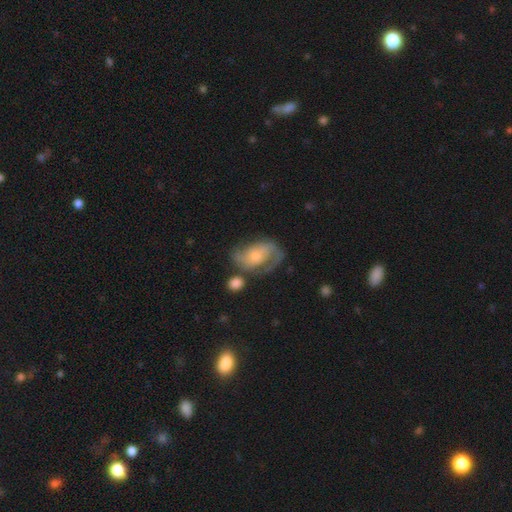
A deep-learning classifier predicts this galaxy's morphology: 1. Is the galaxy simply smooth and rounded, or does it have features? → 75% featured or disk, 18% smooth, 6% star or artifact.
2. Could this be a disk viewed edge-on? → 97% no, 3% yes.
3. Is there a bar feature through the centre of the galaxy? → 60% no, 33% weak, 7% strong.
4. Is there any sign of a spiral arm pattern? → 91% yes, 9% no.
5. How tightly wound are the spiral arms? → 48% medium, 30% loose, 22% tight.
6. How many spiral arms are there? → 78% 2, 9% can't tell, 8% 1, 3% 3, 1% 4, 1% more than 4.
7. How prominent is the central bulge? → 43% moderate, 38% small, 10% large, 7% none, 2% dominant.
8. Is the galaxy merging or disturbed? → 51% none, 22% minor disturbance, 18% major disturbance, 9% merger.